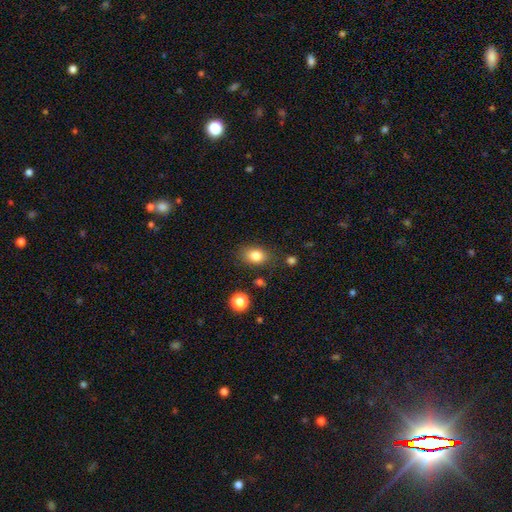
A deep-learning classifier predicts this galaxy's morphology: Smooth or featured?
  - smooth: 83% *
  - star or artifact: 10%
  - featured or disk: 7%
How rounded?
  - in between: 75% *
  - round: 24%
  - cigar-shaped: 1%
Merging?
  - none: 80% *
  - minor disturbance: 13%
  - major disturbance: 4%
  - merger: 3%